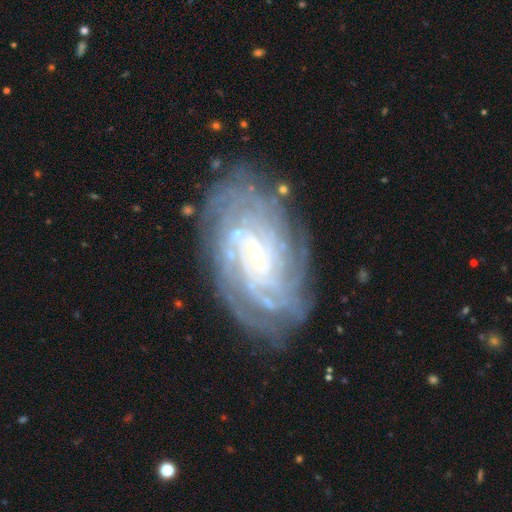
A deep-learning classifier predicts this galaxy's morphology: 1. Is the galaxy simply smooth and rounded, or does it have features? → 87% featured or disk, 7% smooth, 6% star or artifact.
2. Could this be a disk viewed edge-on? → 96% no, 4% yes.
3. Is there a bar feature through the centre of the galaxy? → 57% no, 32% weak, 11% strong.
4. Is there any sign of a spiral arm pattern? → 96% yes, 4% no.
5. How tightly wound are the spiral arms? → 79% tight, 17% medium, 4% loose.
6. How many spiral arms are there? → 29% can't tell, 28% more than 4, 19% 4, 9% 3, 8% 2, 7% 1.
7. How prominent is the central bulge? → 86% small, 8% moderate, 4% none, 1% large, 1% dominant.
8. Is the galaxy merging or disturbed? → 79% none, 14% minor disturbance, 5% major disturbance, 2% merger.